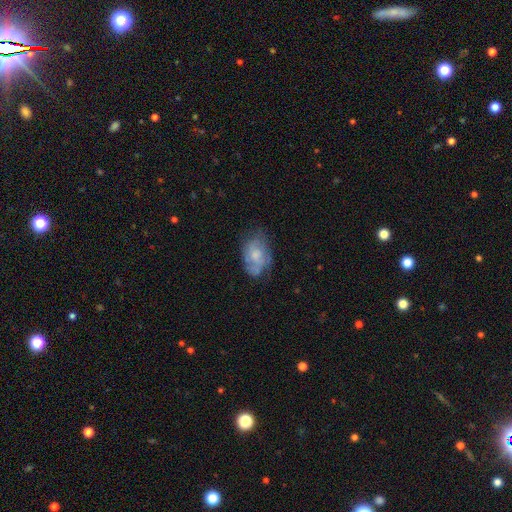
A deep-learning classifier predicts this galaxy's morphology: Overall: featured or disk (49%; smooth 43%). Merging: none (55%; minor disturbance 29%).